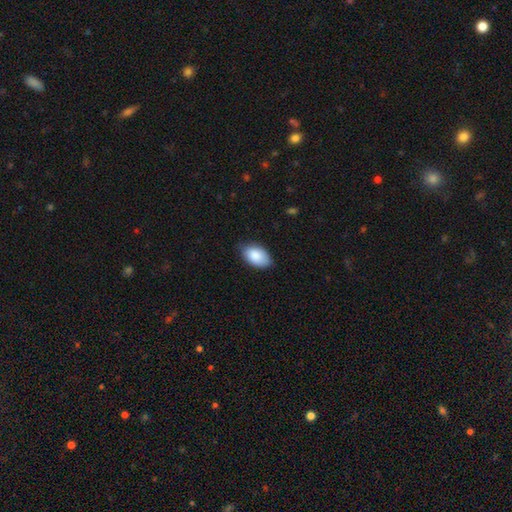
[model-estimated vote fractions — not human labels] smooth 88%, featured or disk 6%, star or artifact 6%. Down the decision tree: how rounded — in between (93%); merging — none (74%).